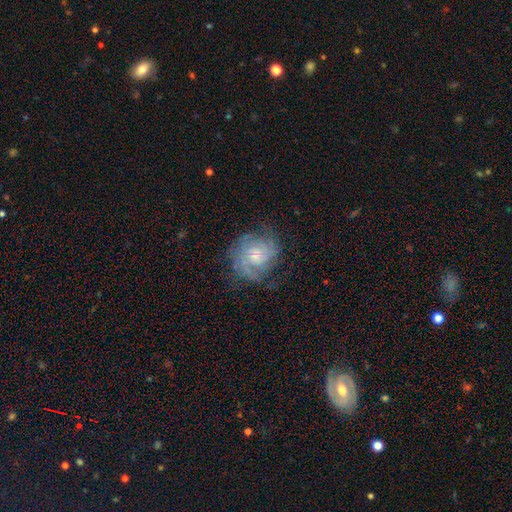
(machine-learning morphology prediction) The model was most divided on "spiral arm count": can't tell: 36%, 2: 26%, 3: 18%, 4: 8%, 1: 6%, more than 4: 5%. More confident: edge-on disk — no (98%); spiral arms — yes (92%); smooth or featured — featured or disk (77%); bar — no (69%); merging — none (68%); bulge size — small (57%); spiral winding — tight (56%).